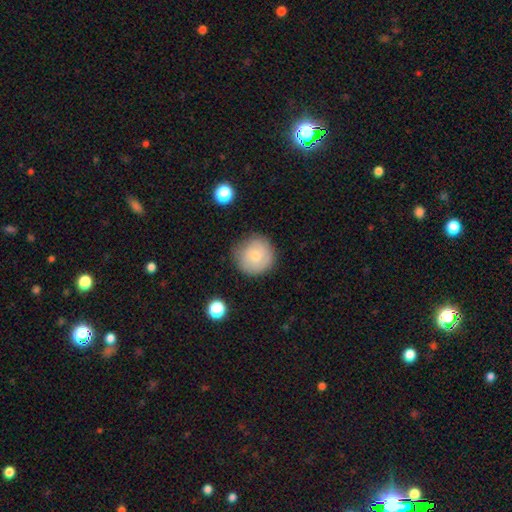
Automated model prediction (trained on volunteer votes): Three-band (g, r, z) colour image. It shows a smooth galaxy with no disk features (66%) that is round (93%). Merging: none (76%).